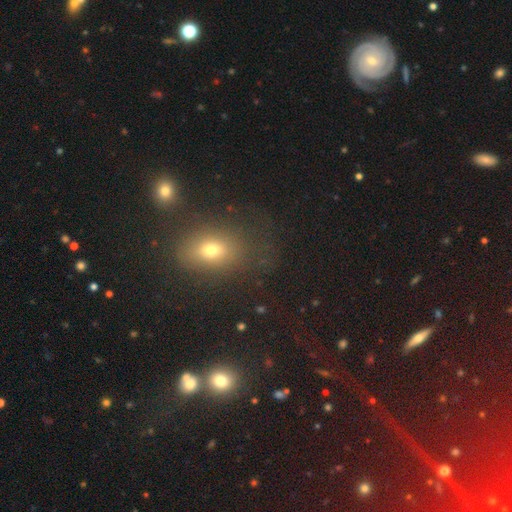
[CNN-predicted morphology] Smooth or featured? Predicted: smooth (p=0.56). How rounded? Predicted: in between (p=0.71). Merging? Predicted: none (p=0.76).